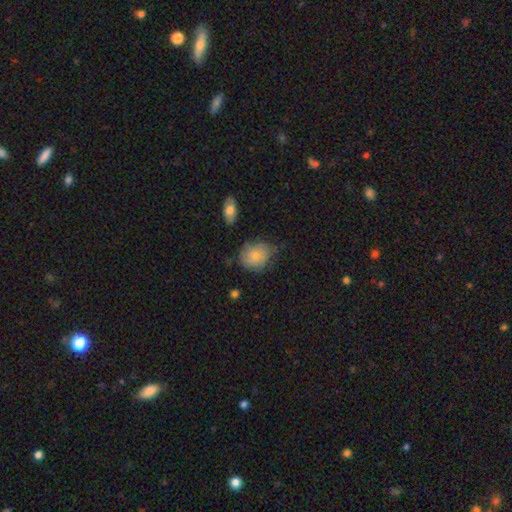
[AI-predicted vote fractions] A smooth galaxy with no disk features (79%) that is round (58%). Merging: none (55%).